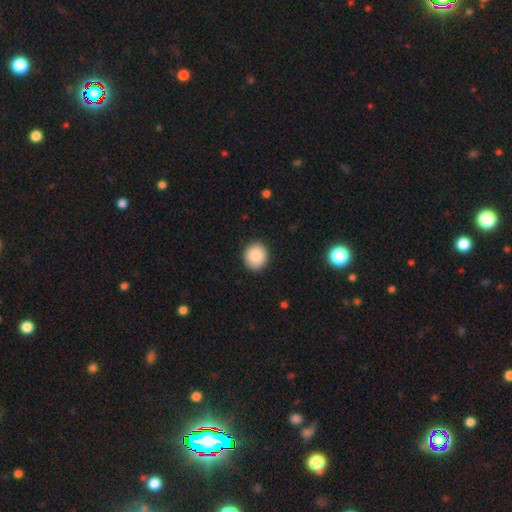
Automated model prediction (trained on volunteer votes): This is clearly a smooth galaxy (87%). How rounded: likely round (79%). Merging: clearly none (90%).